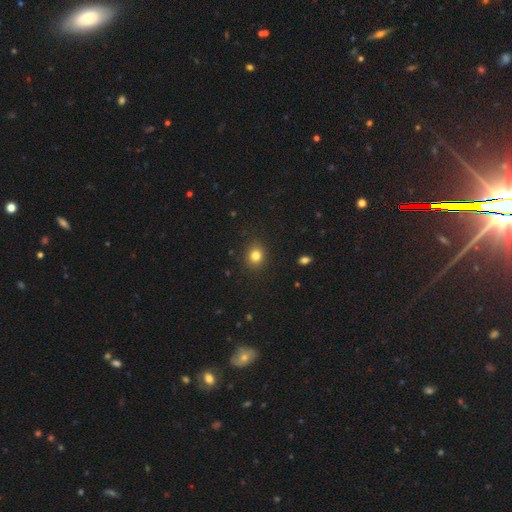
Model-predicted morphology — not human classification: type=smooth (82%); roundness=round (72%); merging=none (89%).